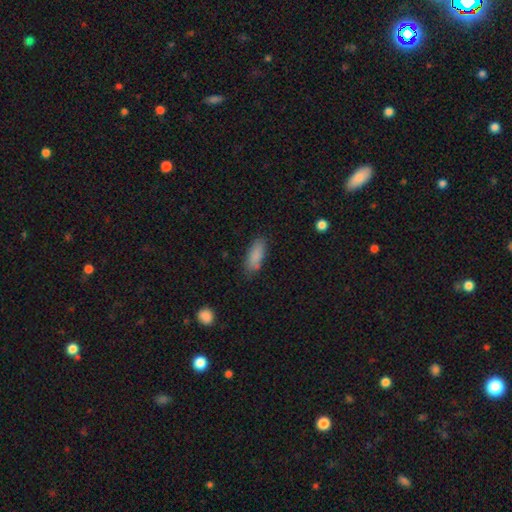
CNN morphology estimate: A smooth galaxy with no disk features (86%) that is in between round and cigar-shaped (74%). Merging: none (77%).